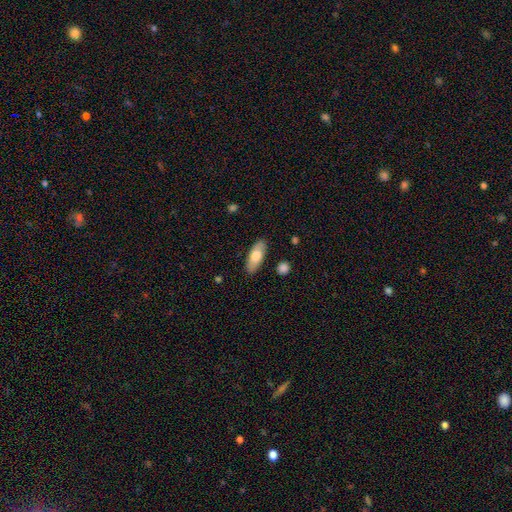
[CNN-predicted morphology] This is likely a smooth galaxy (71%). How rounded: likely in between (77%). Merging: clearly none (87%).